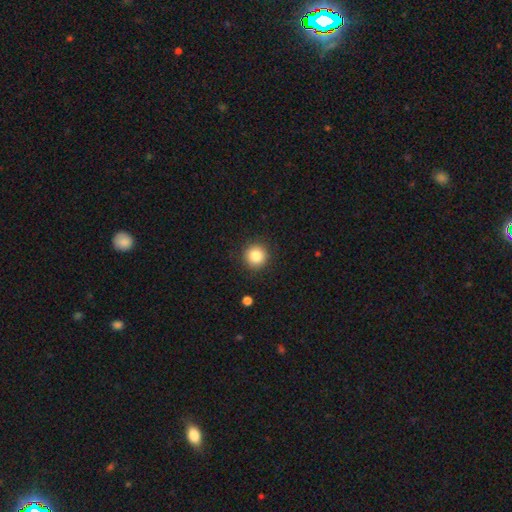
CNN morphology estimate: smooth_or_featured: smooth (p=0.84) [alt: star or artifact p=0.10]
how_rounded: round (p=0.95) [alt: in between p=0.04]
merging: none (p=0.91) [alt: minor disturbance p=0.06]